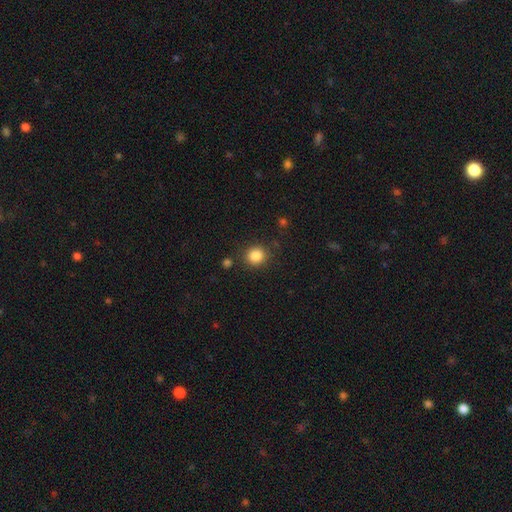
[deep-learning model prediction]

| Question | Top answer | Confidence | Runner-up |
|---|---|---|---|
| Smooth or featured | smooth | 85% | star or artifact (10%) |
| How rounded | round | 85% | in between (14%) |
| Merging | none | 85% | minor disturbance (8%) |